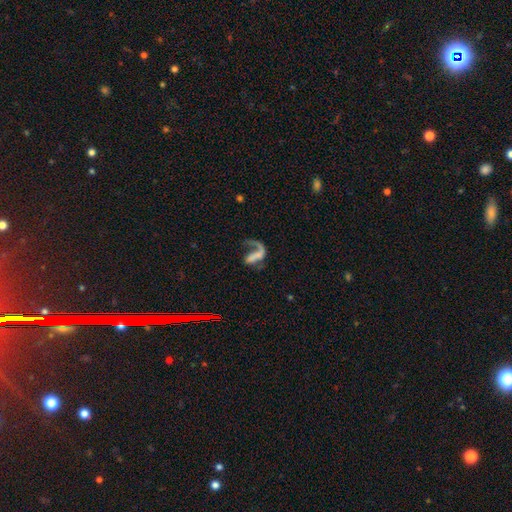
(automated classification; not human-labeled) Smooth or featured? featured or disk (63%)
Edge-on disk? no (96%)
Bar? no (54%)
Spiral arms? yes (67%)
Bulge size? none (68%)
Merging? major disturbance (51%)